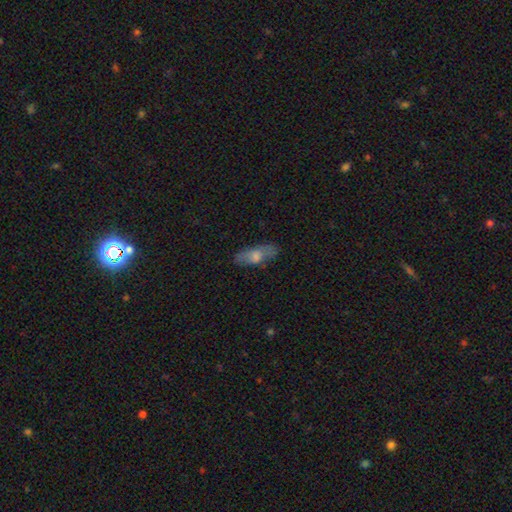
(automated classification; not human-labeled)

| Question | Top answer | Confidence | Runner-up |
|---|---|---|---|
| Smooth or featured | smooth | 59% | featured or disk (32%) |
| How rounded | in between | 60% | cigar-shaped (37%) |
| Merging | none | 77% | minor disturbance (16%) |